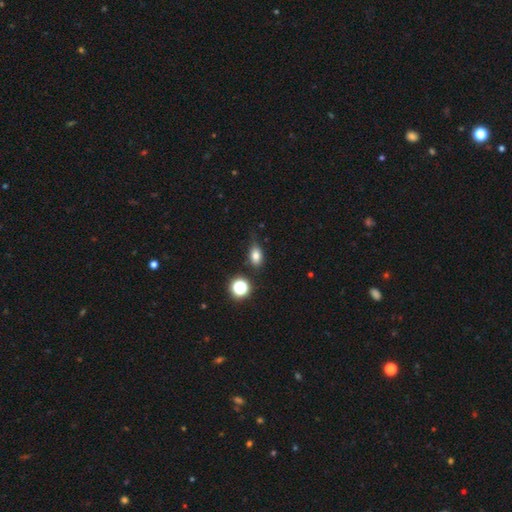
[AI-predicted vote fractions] This is likely a smooth galaxy (78%). How rounded: likely in between (78%). Merging: likely none (68%).